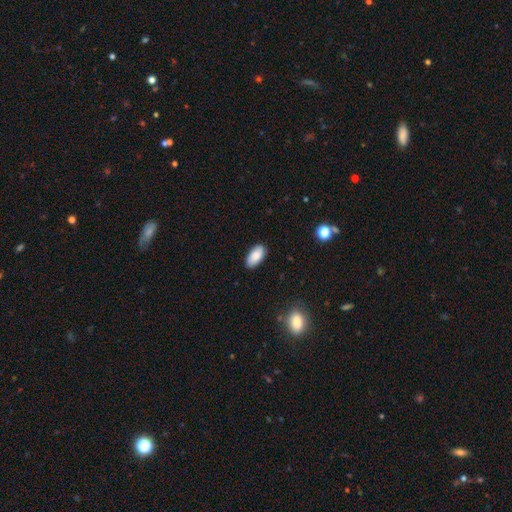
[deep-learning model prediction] A smooth galaxy with no disk features (87%) that is in between round and cigar-shaped (93%). Merging: none (86%).